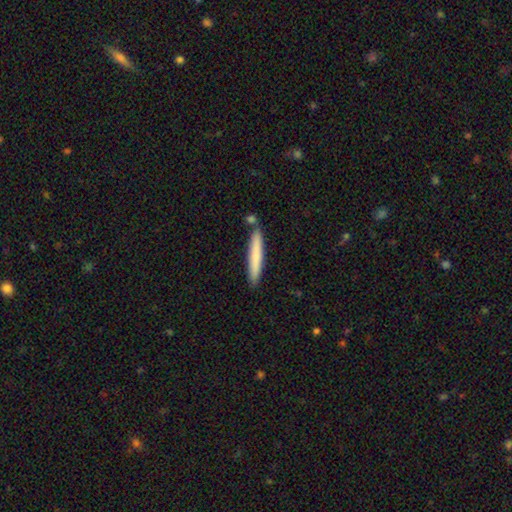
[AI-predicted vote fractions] A smooth galaxy with no disk features (75%) that is cigar-shaped (95%).

Vote fractions:
- Smooth or featured? smooth: 75% / featured or disk: 20% / star or artifact: 5%
- How rounded? cigar-shaped: 95% / in between: 4% / round: 1%
- Merging? none: 83% / minor disturbance: 10% / merger: 6% / major disturbance: 2%